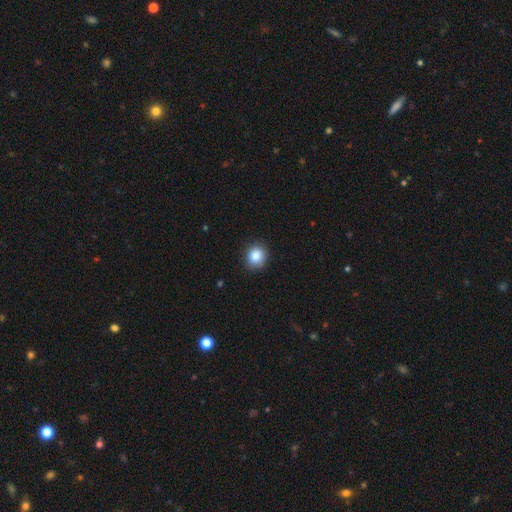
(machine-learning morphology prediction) smooth-or-featured: smooth: 86% | star or artifact: 9% | featured or disk: 5%
  how-rounded: round: 79% | in between: 20% | cigar-shaped: 1%
  merging: none: 87% | minor disturbance: 10% | major disturbance: 2% | merger: 1%